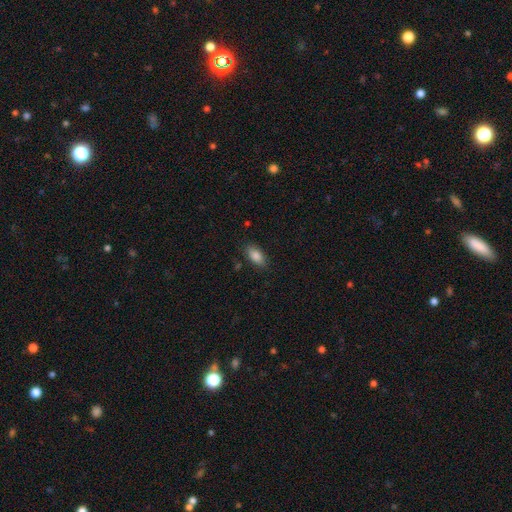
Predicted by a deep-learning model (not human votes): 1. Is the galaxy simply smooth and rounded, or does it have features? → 86% smooth, 7% star or artifact, 7% featured or disk.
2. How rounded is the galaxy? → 91% in between, 6% cigar-shaped, 3% round.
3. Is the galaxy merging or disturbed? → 84% none, 12% minor disturbance, 3% major disturbance, 1% merger.